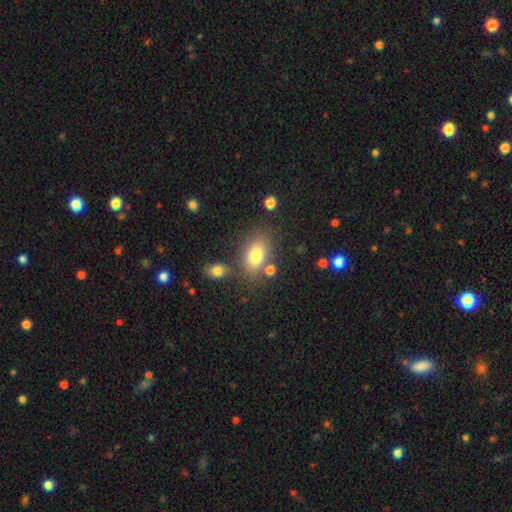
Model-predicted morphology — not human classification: Smooth or featured?
  - smooth: 77% *
  - featured or disk: 13%
  - star or artifact: 10%
How rounded?
  - in between: 82% *
  - round: 16%
  - cigar-shaped: 2%
Merging?
  - none: 70% *
  - minor disturbance: 14%
  - merger: 12%
  - major disturbance: 5%